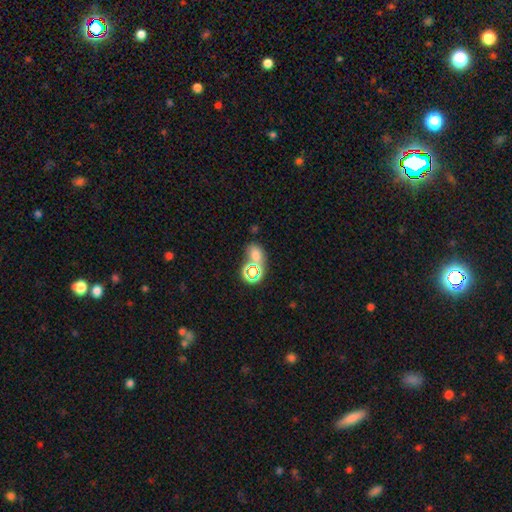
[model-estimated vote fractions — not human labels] Smooth or featured: smooth — 62% (star or artifact — 28%)
How rounded: in between — 65% (round — 33%)
Merging: none — 52% (merger — 30%)